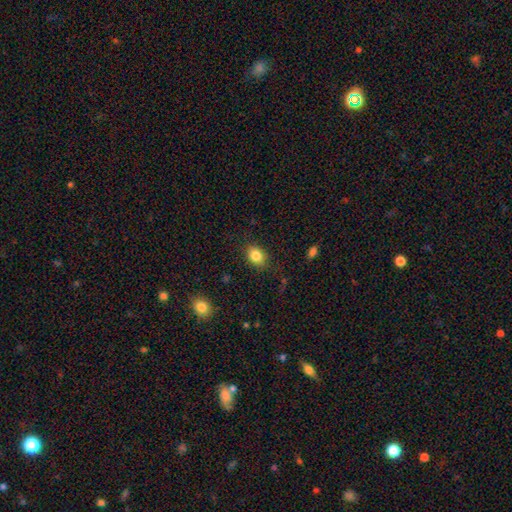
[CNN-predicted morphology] Smooth or featured?
  - smooth: 84% *
  - star or artifact: 9%
  - featured or disk: 7%
How rounded?
  - in between: 65% *
  - round: 33%
  - cigar-shaped: 1%
Merging?
  - none: 83% *
  - minor disturbance: 12%
  - major disturbance: 3%
  - merger: 1%